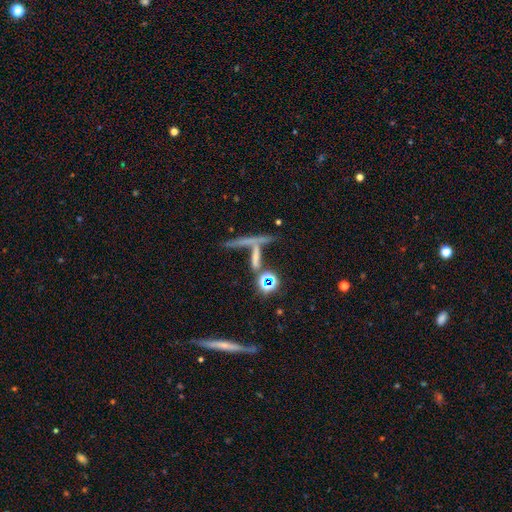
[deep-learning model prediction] Q: Smooth or featured?
A: smooth (39%); runner-up: featured or disk (33%)
Q: Merging?
A: merger (39%); runner-up: none (34%)